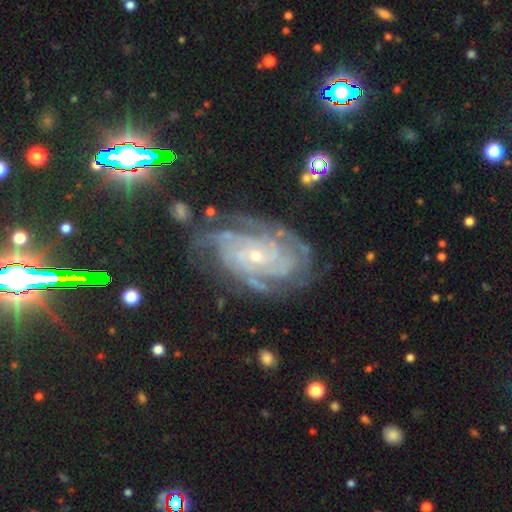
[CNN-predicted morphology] Smooth or featured?
  - featured or disk: 88% *
  - star or artifact: 7%
  - smooth: 5%
Edge-on disk?
  - no: 97% *
  - yes: 3%
Bar?
  - no: 70% *
  - weak: 23%
  - strong: 8%
Spiral arms?
  - yes: 98% *
  - no: 2%
Spiral winding?
  - tight: 72% *
  - medium: 24%
  - loose: 4%
Spiral arm count?
  - can't tell: 25% *
  - 4: 22%
  - 3: 20%
  - 2: 14%
  - more than 4: 11%
  - 1: 7%
Bulge size?
  - small: 77% *
  - moderate: 19%
  - none: 2%
  - large: 1%
  - dominant: 1%
Merging?
  - none: 70% *
  - minor disturbance: 20%
  - major disturbance: 8%
  - merger: 2%